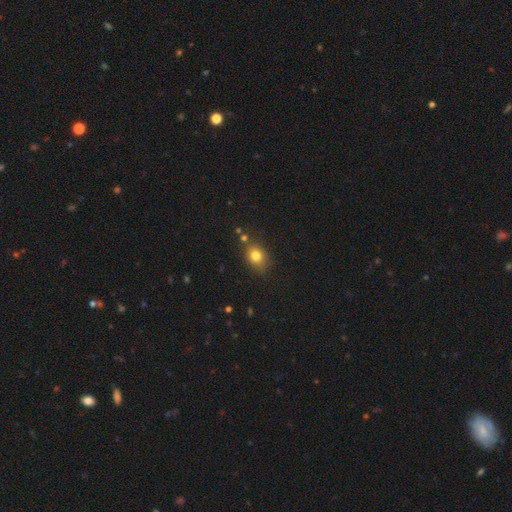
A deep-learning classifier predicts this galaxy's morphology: type=smooth (79%); roundness=in between (50%); merging=none (76%).